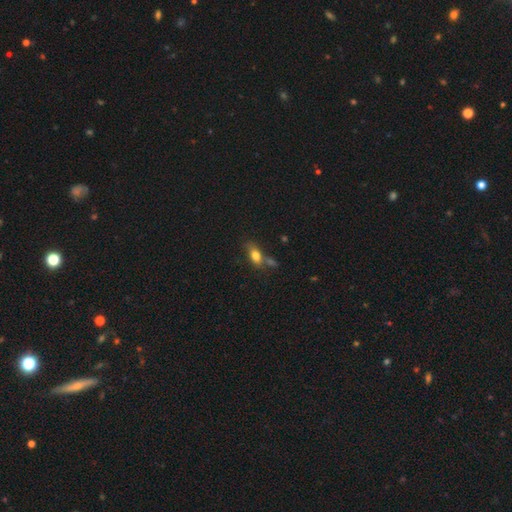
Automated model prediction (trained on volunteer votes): Q: Smooth or featured?
A: smooth (74%); runner-up: featured or disk (16%)
Q: How rounded?
A: in between (77%); runner-up: cigar-shaped (13%)
Q: Merging?
A: none (51%); runner-up: merger (21%)